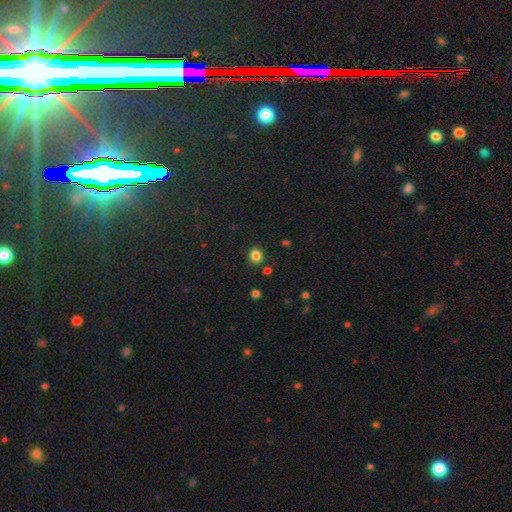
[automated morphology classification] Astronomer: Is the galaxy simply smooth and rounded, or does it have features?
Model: smooth — 83%.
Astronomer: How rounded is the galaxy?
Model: round — 84%.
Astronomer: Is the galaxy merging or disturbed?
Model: none — 87%.